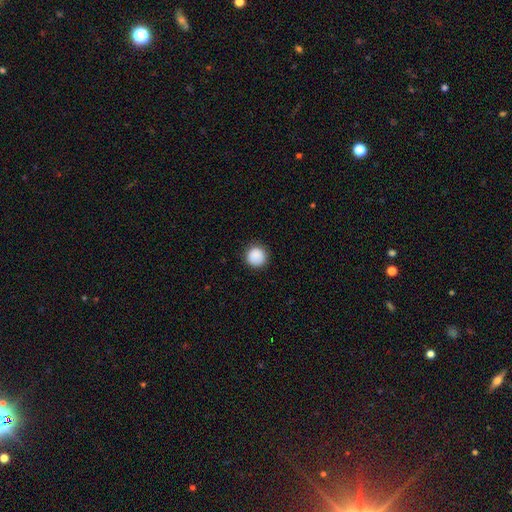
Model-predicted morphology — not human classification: Overall: smooth (89%). How rounded: round (95%). Merging: none (89%).